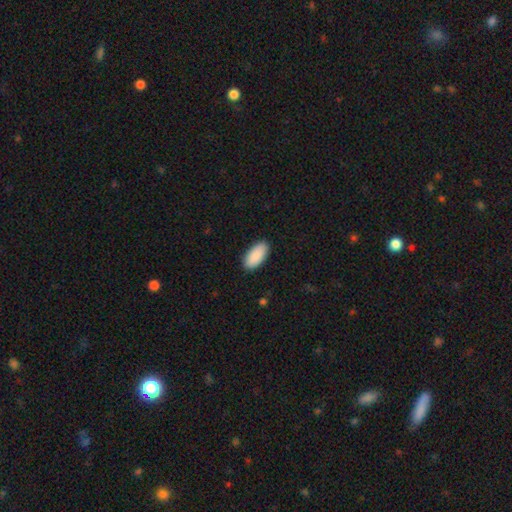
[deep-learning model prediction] Morphology: type=smooth (91%); roundness=in between (93%); merging=none (89%).